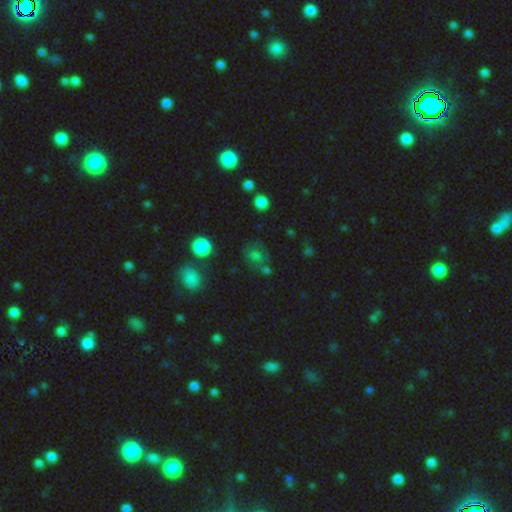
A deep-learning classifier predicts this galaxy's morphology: Smooth or featured?
  - smooth: 58% *
  - featured or disk: 21%
  - star or artifact: 20%
How rounded?
  - round: 65% *
  - in between: 34%
  - cigar-shaped: 1%
Merging?
  - none: 58% *
  - minor disturbance: 20%
  - major disturbance: 13%
  - merger: 9%